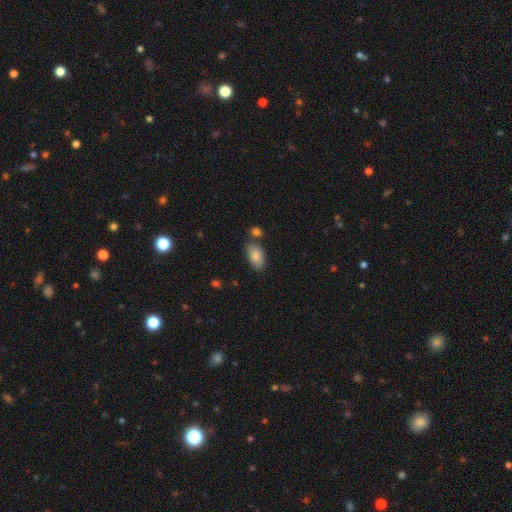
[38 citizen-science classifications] This appears to be a smooth galaxy with no disk features (84%) that is in between round and cigar-shaped (97%). Merging: none (76%).